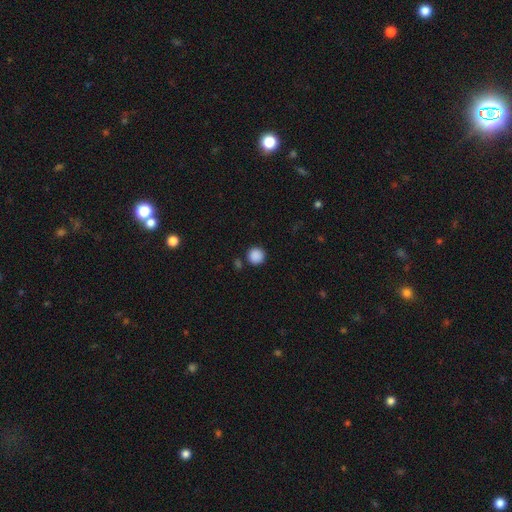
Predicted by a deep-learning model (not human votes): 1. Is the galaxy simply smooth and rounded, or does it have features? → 88% smooth, 10% star or artifact, 3% featured or disk.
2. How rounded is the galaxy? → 95% round, 4% in between, 1% cigar-shaped.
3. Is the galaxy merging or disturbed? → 86% none, 7% minor disturbance, 4% merger, 2% major disturbance.